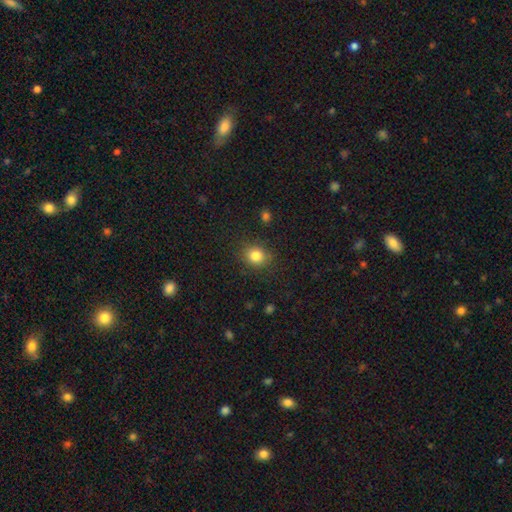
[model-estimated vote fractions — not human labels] Smooth or featured?
  - smooth: 83% *
  - star or artifact: 11%
  - featured or disk: 6%
How rounded?
  - round: 73% *
  - in between: 26%
  - cigar-shaped: 1%
Merging?
  - none: 85% *
  - minor disturbance: 10%
  - major disturbance: 3%
  - merger: 2%